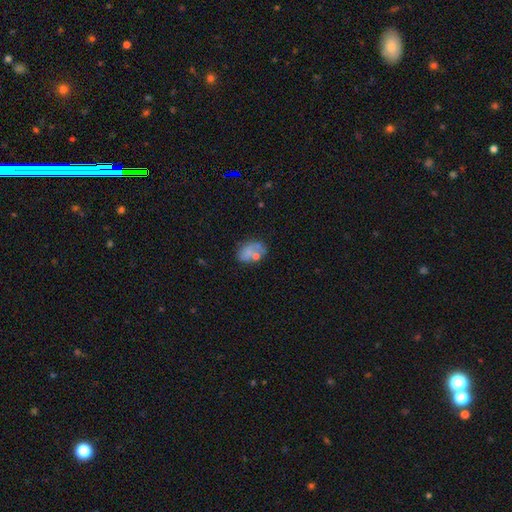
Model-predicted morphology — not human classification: Smooth or featured: smooth — 54% (featured or disk — 31%)
How rounded: in between — 70% (round — 28%)
Merging: none — 50% (minor disturbance — 22%)